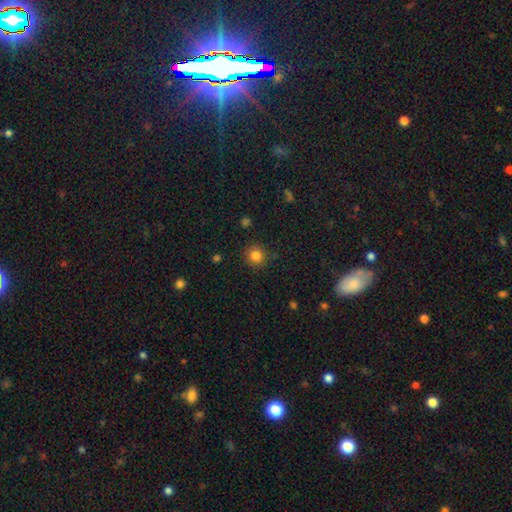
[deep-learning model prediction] The model was most divided on "smooth or featured": smooth: 84%, star or artifact: 11%, featured or disk: 5%. More confident: how rounded — round (92%); merging — none (87%).